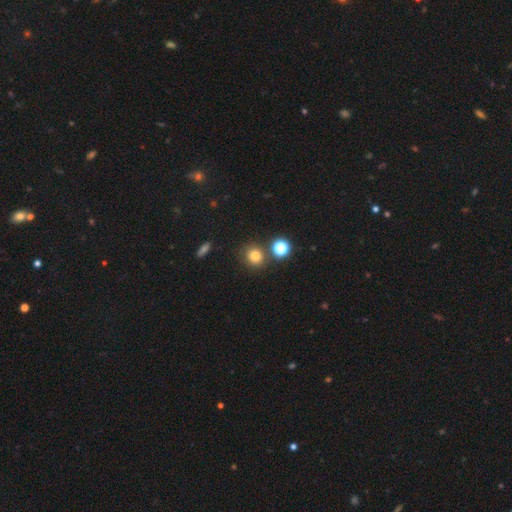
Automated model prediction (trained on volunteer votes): Smooth or featured? Predicted: smooth (p=0.76). How rounded? Predicted: round (p=0.87). Merging? Predicted: none (p=0.78).